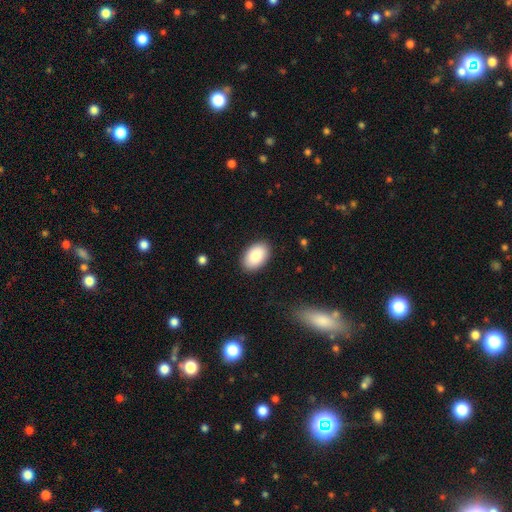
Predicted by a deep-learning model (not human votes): Smooth or featured? smooth (90%)
How rounded? in between (92%)
Merging? none (88%)